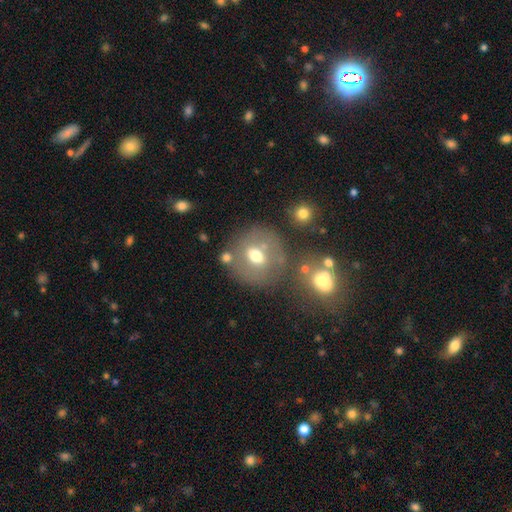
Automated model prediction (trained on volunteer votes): smooth-or-featured: smooth: 56% | featured or disk: 31% | star or artifact: 13%
  how-rounded: round: 77% | in between: 22% | cigar-shaped: 1%
  merging: none: 64% | minor disturbance: 15% | merger: 14% | major disturbance: 7%